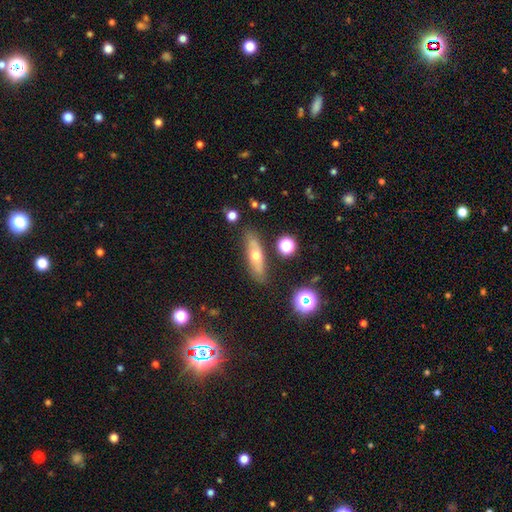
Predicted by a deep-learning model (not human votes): Q: Smooth or featured?
A: smooth (46%); runner-up: featured or disk (44%)
Q: Merging?
A: none (81%); runner-up: minor disturbance (13%)